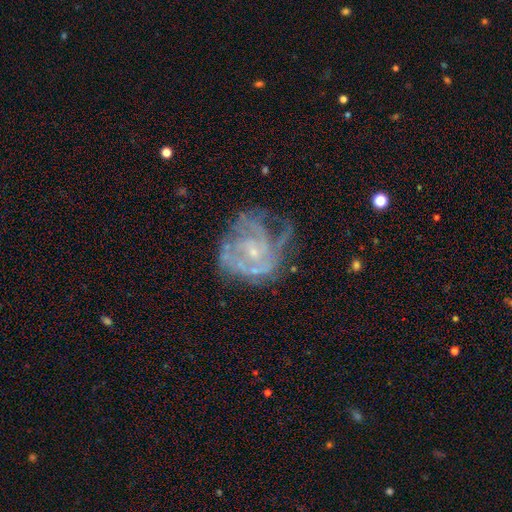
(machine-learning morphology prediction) Smooth or featured? Predicted: featured or disk (p=0.76). Edge-on disk? Predicted: no (p=0.97). Bar? Predicted: no (p=0.64). Spiral arms? Predicted: yes (p=0.85). Spiral winding? Predicted: tight (p=0.59). Spiral arm count? Predicted: can't tell (p=0.39). Bulge size? Predicted: small (p=0.72). Merging? Predicted: none (p=0.55).